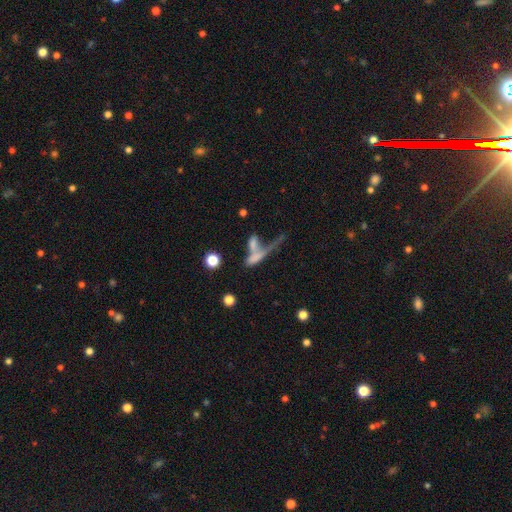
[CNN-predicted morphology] This is possibly a smooth galaxy (55%). How rounded: possibly cigar-shaped (46%). Merging: possibly merger (50%).